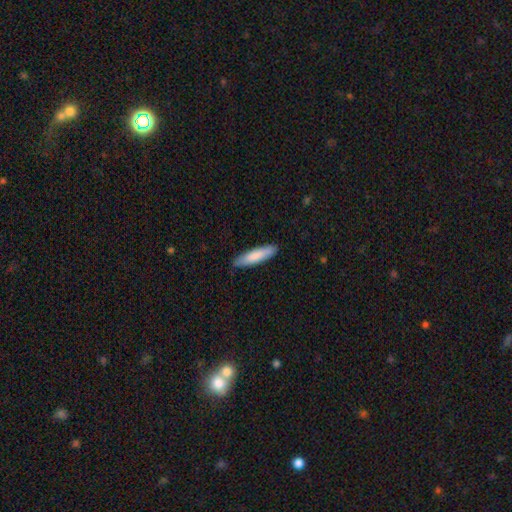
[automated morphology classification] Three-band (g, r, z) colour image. It shows a smooth galaxy with no disk features (83%) that is cigar-shaped (76%). Merging: none (87%).